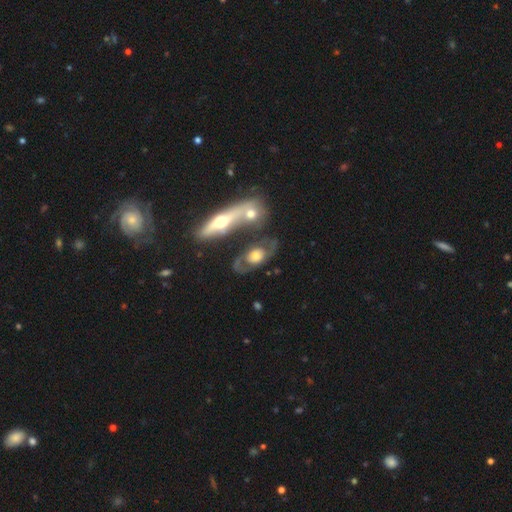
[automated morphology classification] This is likely a featured or disk galaxy (67%). It is clearly not viewed edge-on (82%). Bar: likely no (80%). Spiral arm pattern: possibly yes (59%). Central bulge: possibly moderate (47%). Merging: possibly none (53%).